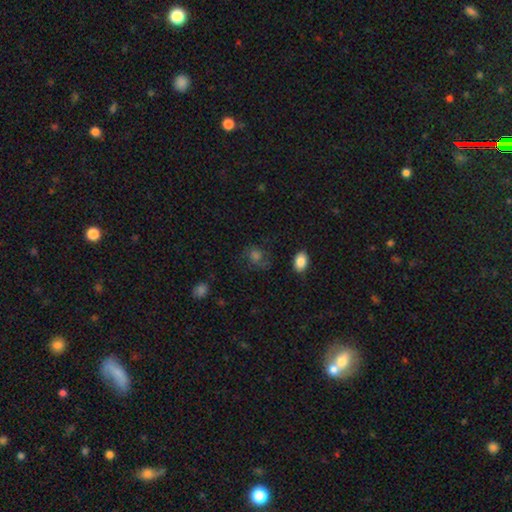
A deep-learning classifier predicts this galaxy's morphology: Smooth or featured: smooth — 63% (star or artifact — 20%)
How rounded: round — 62% (in between — 37%)
Merging: none — 64% (minor disturbance — 20%)